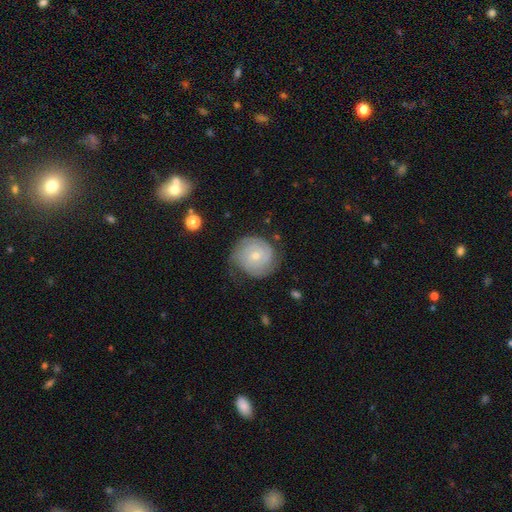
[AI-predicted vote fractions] Overall: featured or disk (80%). Edge-on disk: no (98%). Bar: no (68%). Spiral arms: yes (96%). Spiral arm count: 2 (44%; can't tell 22%). Spiral winding: tight (78%). Bulge size: small (66%; moderate 31%). Merging: none (73%).